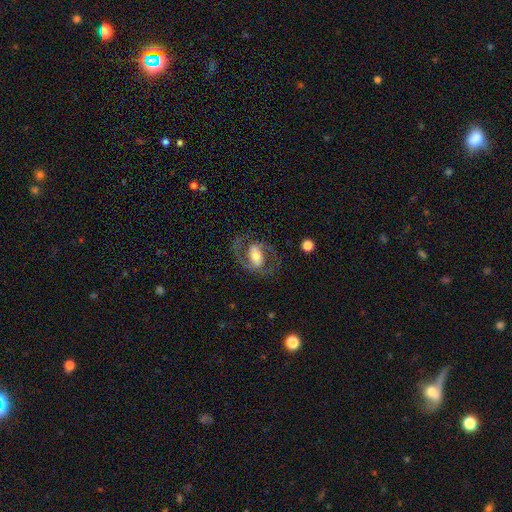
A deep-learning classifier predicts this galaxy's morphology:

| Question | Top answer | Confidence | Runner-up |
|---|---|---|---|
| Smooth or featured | featured or disk | 78% | smooth (16%) |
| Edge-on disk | no | 96% | yes (4%) |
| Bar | weak | 37% | strong (34%) |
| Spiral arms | yes | 86% | no (14%) |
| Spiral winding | medium | 57% | loose (23%) |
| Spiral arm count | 2 | 87% | 1 (5%) |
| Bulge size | moderate | 58% | small (20%) |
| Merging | none | 70% | major disturbance (14%) |